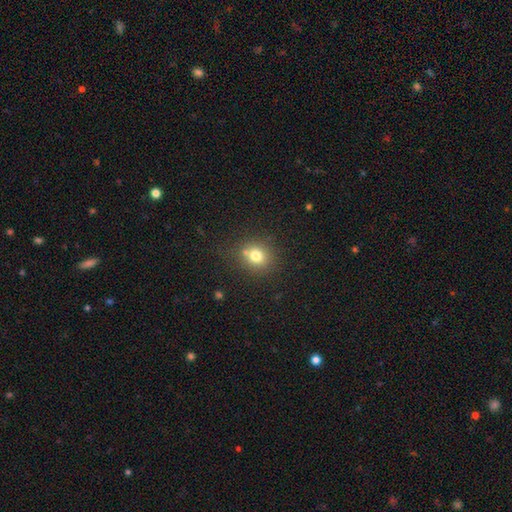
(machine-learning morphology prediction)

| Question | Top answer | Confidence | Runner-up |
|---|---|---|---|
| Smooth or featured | smooth | 75% | star or artifact (14%) |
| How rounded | round | 78% | in between (21%) |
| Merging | none | 69% | merger (14%) |